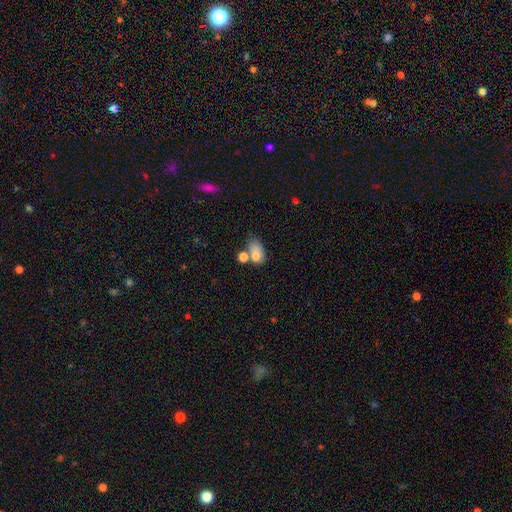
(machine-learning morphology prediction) This appears to be a smooth galaxy with no disk features (74%) that is in between round and cigar-shaped (76%). Merging: merger (39%).